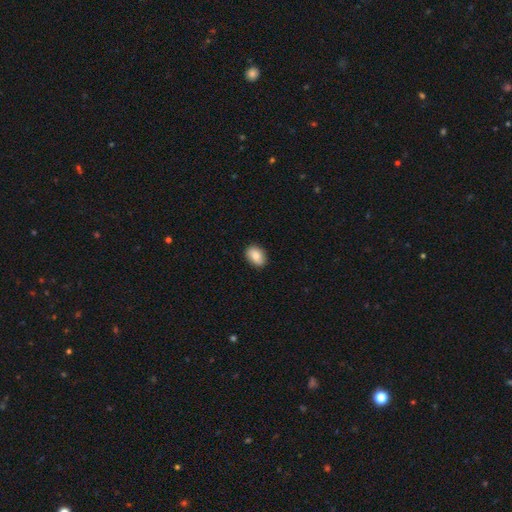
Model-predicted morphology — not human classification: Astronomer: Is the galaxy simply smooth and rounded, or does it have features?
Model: smooth — 83%.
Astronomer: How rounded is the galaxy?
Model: in between — 77%.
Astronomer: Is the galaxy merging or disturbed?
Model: none — 87%.